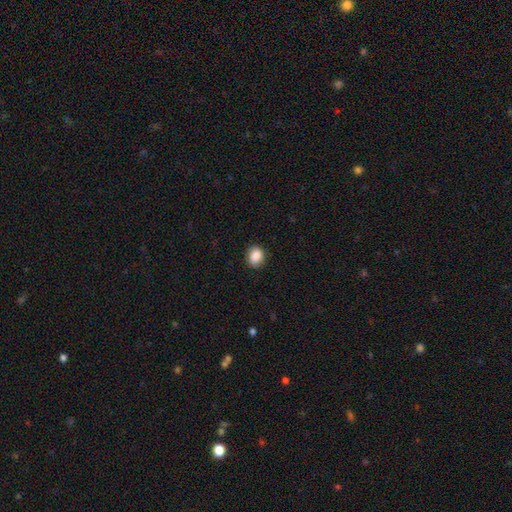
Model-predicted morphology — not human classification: Q: Smooth or featured?
A: smooth (88%); runner-up: star or artifact (8%)
Q: How rounded?
A: round (54%); runner-up: in between (45%)
Q: Merging?
A: none (84%); runner-up: minor disturbance (12%)